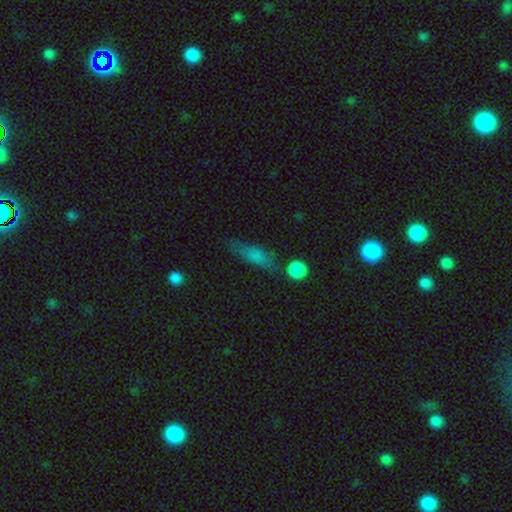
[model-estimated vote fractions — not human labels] smooth_or_featured: smooth (p=0.72) [alt: featured or disk p=0.18]
how_rounded: cigar-shaped (p=0.49) [alt: in between p=0.45]
merging: none (p=0.61) [alt: minor disturbance p=0.24]